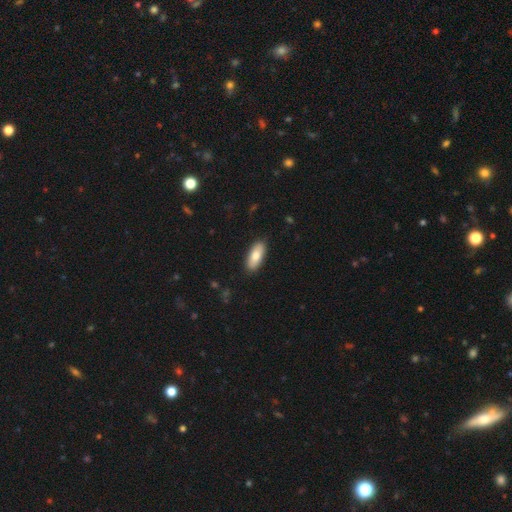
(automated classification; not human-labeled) Overall: smooth (80%). How rounded: in between (82%). Merging: none (88%).